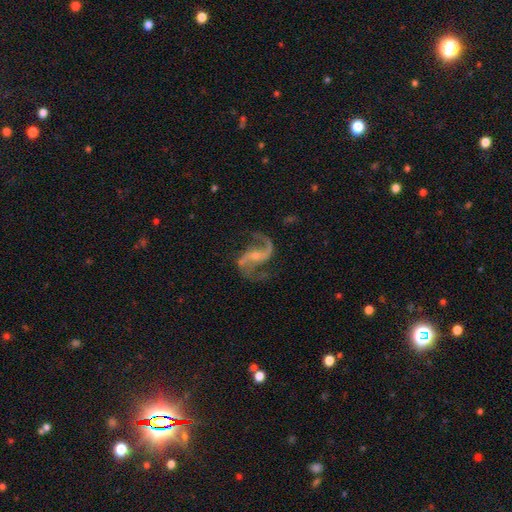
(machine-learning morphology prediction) type=featured or disk (93%); edge-on=no (98%); bar=no (40%); spiral arms=yes (98%); winding=loose (60%); arm count=2 (94%); bulge=small (67%); merging=none (76%).